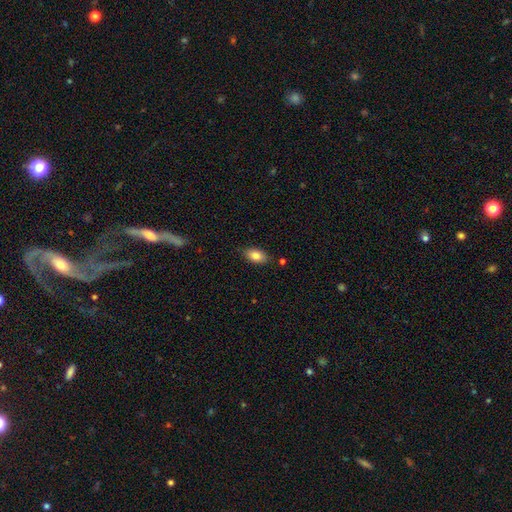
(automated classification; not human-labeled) A smooth galaxy with no disk features (84%) that is in between round and cigar-shaped (90%).

Vote fractions:
- Smooth or featured? smooth: 84% / featured or disk: 9% / star or artifact: 8%
- How rounded? in between: 90% / round: 6% / cigar-shaped: 4%
- Merging? none: 81% / minor disturbance: 13% / merger: 3% / major disturbance: 3%